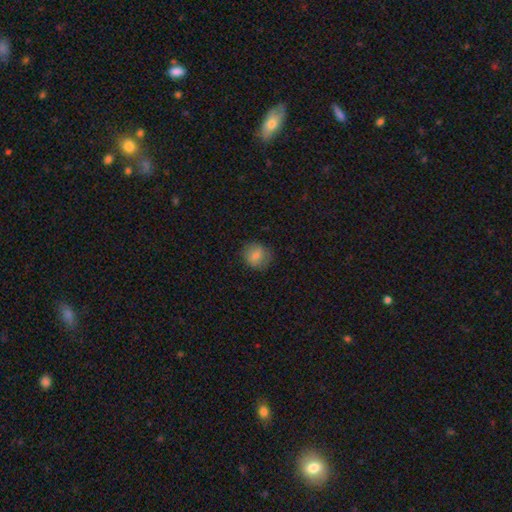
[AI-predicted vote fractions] Q: Smooth or featured?
A: smooth (79%); runner-up: featured or disk (12%)
Q: How rounded?
A: round (86%); runner-up: in between (13%)
Q: Merging?
A: none (82%); runner-up: minor disturbance (13%)